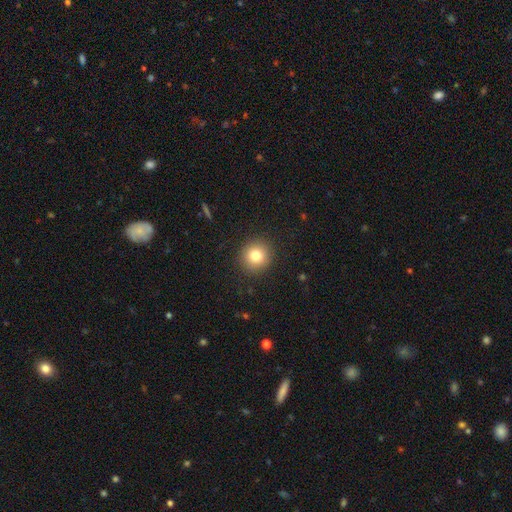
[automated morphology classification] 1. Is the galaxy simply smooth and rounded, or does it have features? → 81% smooth, 11% star or artifact, 8% featured or disk.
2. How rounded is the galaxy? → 91% round, 8% in between, 1% cigar-shaped.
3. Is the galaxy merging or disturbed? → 91% none, 6% minor disturbance, 2% major disturbance, 1% merger.